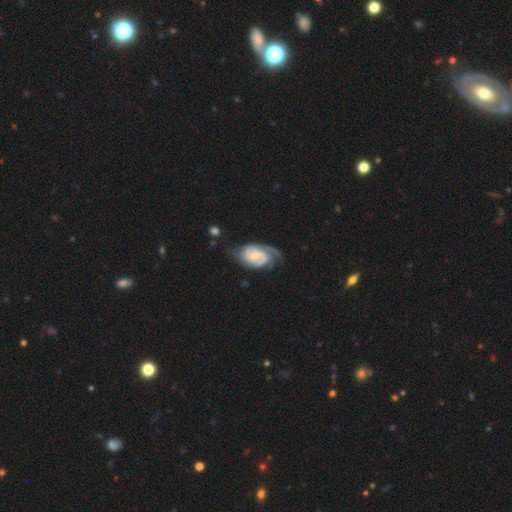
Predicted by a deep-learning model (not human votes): This is clearly a featured or disk galaxy (83%). It is clearly not viewed edge-on (97%). Bar: possibly no (48%). Spiral arm pattern: clearly yes (96%). Spiral arm count: likely 2 (65%). Spiral winding: possibly tight (48%). Central bulge: possibly small (53%). Merging: possibly none (59%).